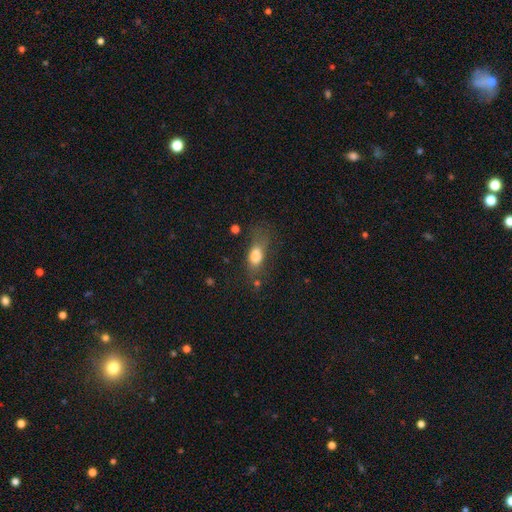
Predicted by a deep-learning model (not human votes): Smooth or featured: smooth — 69% (featured or disk — 19%)
How rounded: in between — 74% (cigar-shaped — 16%)
Merging: none — 41% (minor disturbance — 27%)